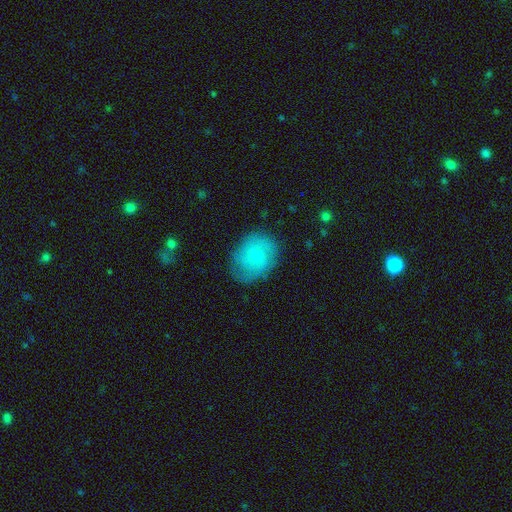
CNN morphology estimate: Q: Smooth or featured?
A: smooth (61%); runner-up: featured or disk (31%)
Q: How rounded?
A: round (54%); runner-up: in between (44%)
Q: Merging?
A: none (73%); runner-up: minor disturbance (19%)